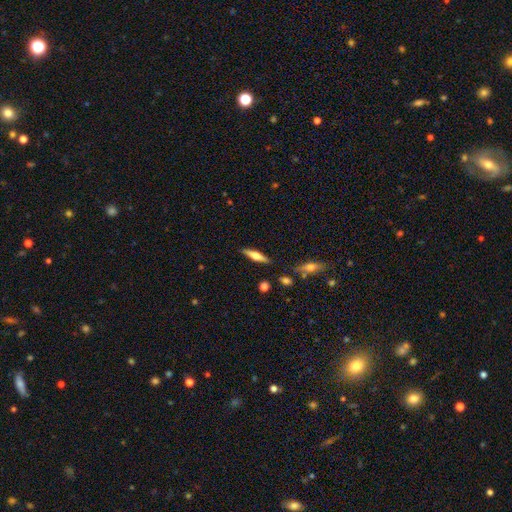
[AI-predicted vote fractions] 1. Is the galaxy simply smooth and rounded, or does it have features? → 48% featured or disk, 46% smooth, 7% star or artifact.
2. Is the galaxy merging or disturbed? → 86% none, 9% minor disturbance, 3% merger, 2% major disturbance.